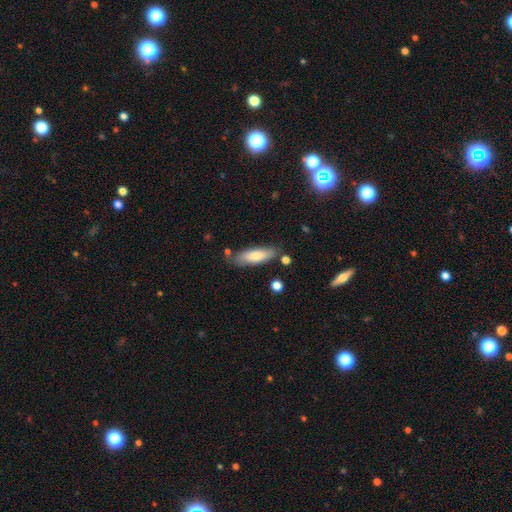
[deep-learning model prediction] A smooth galaxy with no disk features (72%) that is cigar-shaped (55%). Merging: none (78%).